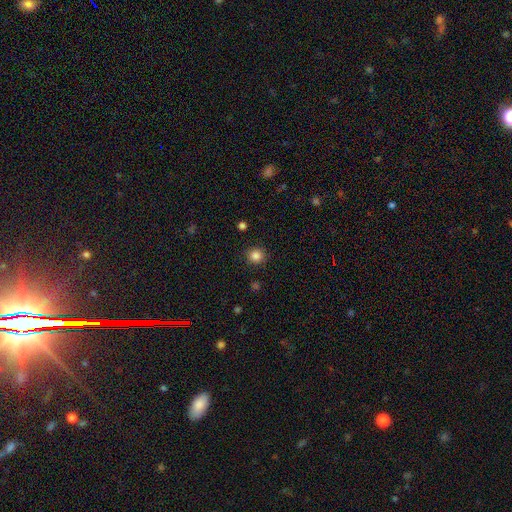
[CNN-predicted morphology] smooth-or-featured: smooth: 84% | star or artifact: 12% | featured or disk: 4%
  how-rounded: round: 92% | in between: 7% | cigar-shaped: 1%
  merging: none: 91% | minor disturbance: 6% | major disturbance: 2% | merger: 1%